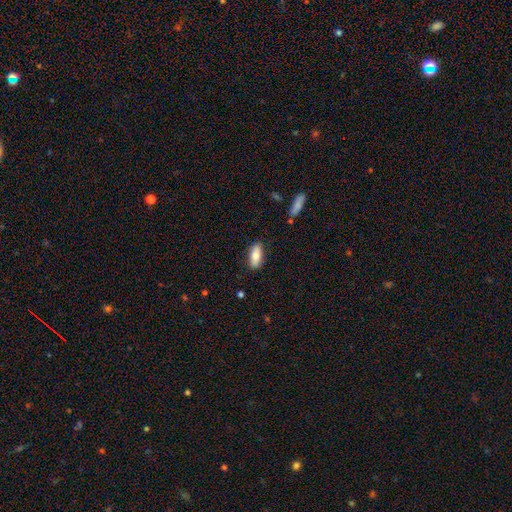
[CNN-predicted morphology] This is likely a smooth galaxy (76%). How rounded: clearly in between (81%). Merging: clearly none (85%).